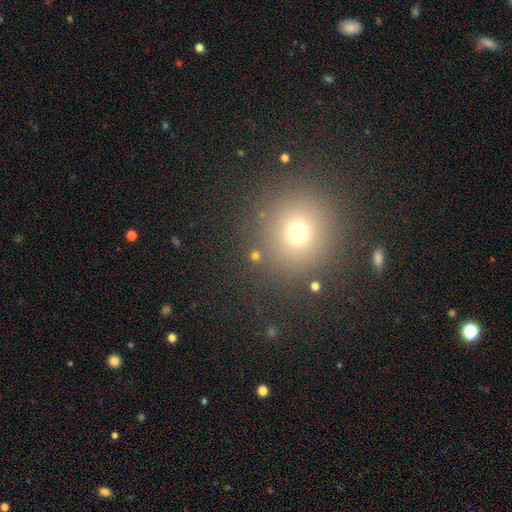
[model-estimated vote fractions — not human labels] Q: Smooth or featured?
A: smooth (67%); runner-up: star or artifact (24%)
Q: How rounded?
A: round (91%); runner-up: in between (8%)
Q: Merging?
A: none (84%); runner-up: minor disturbance (7%)